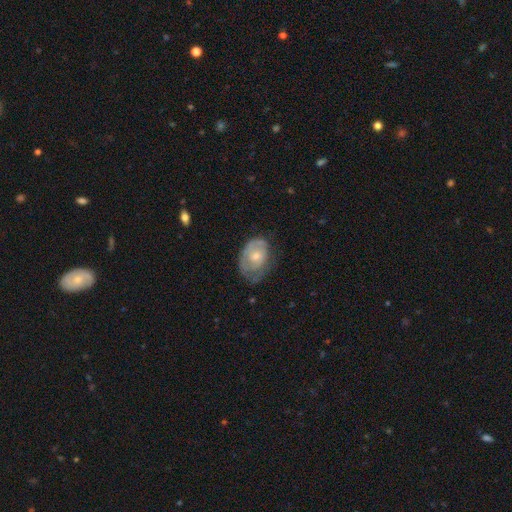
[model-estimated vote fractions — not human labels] Overall: featured or disk (50%; smooth 44%). Edge-on disk: no (96%). Merging: none (45%; minor disturbance 35%).